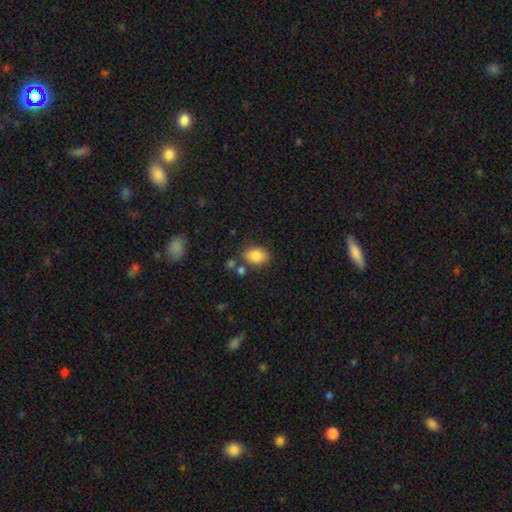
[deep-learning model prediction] Smooth or featured: smooth — 84% (star or artifact — 8%)
How rounded: in between — 82% (round — 17%)
Merging: none — 74% (minor disturbance — 14%)